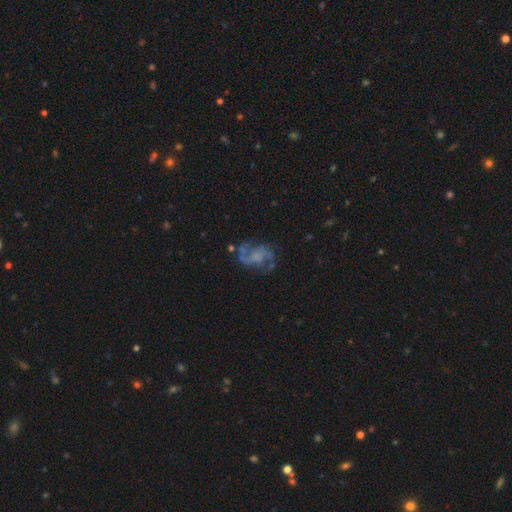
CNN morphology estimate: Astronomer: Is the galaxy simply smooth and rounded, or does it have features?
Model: featured or disk — 75%.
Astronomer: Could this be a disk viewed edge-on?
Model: no — 98%.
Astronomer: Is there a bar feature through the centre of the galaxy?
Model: no — 62%.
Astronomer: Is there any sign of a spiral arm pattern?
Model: yes — 86%.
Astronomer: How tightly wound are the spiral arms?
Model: loose — 45% (runner-up: medium, 42%).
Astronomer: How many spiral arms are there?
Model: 2 — 65%.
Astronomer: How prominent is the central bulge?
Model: none — 55%.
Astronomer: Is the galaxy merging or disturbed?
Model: none — 57%.